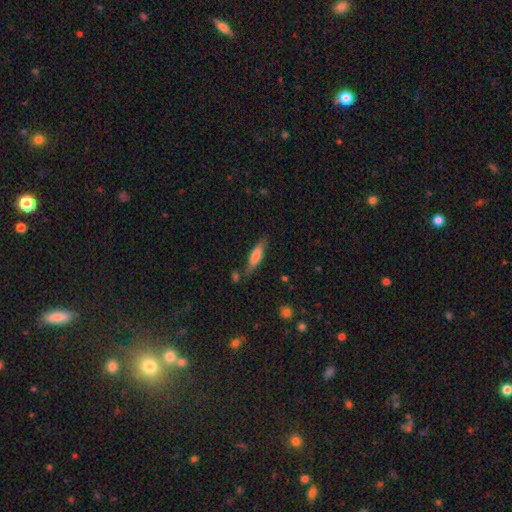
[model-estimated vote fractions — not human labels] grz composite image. It shows a smooth galaxy with no disk features (71%) that is cigar-shaped (67%). Merging: none (73%).